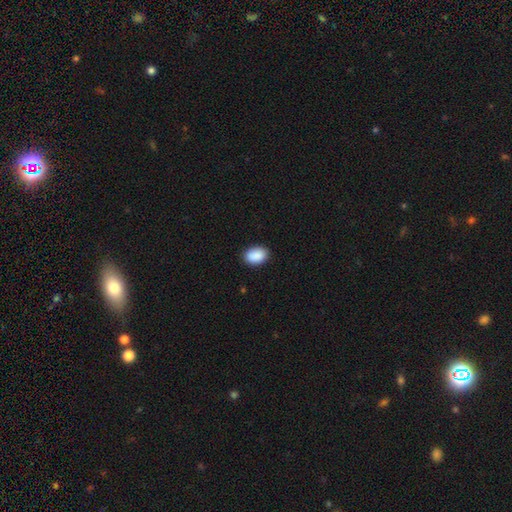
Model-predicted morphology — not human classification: A smooth galaxy with no disk features (90%) that is in between round and cigar-shaped (84%). Merging: none (88%).